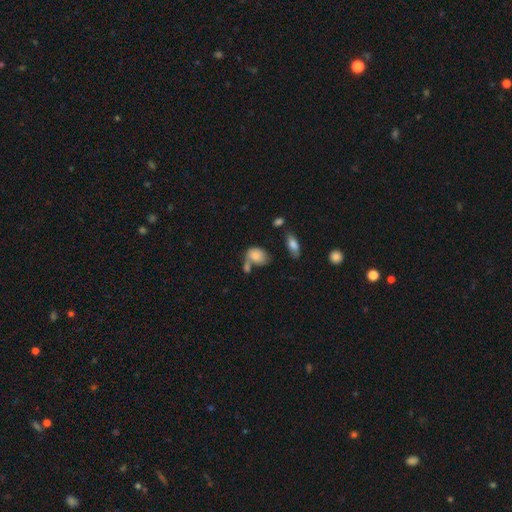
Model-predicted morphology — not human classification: A smooth galaxy with no disk features (77%) that is in between round and cigar-shaped (77%).

Vote fractions:
- Smooth or featured? smooth: 77% / featured or disk: 15% / star or artifact: 9%
- How rounded? in between: 77% / round: 21% / cigar-shaped: 2%
- Merging? merger: 38% / none: 31% / minor disturbance: 19% / major disturbance: 13%